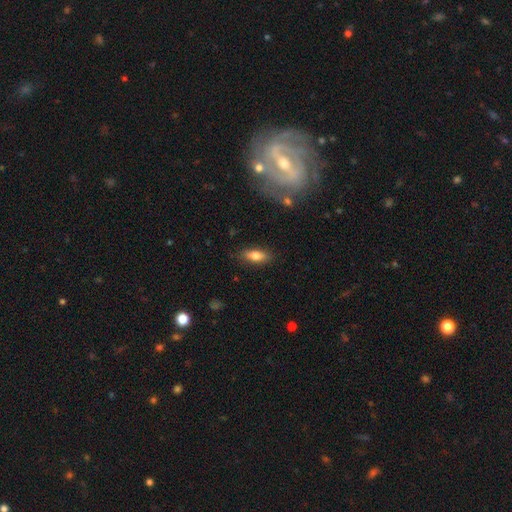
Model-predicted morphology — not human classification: type=smooth (73%); roundness=in between (71%); merging=none (84%).